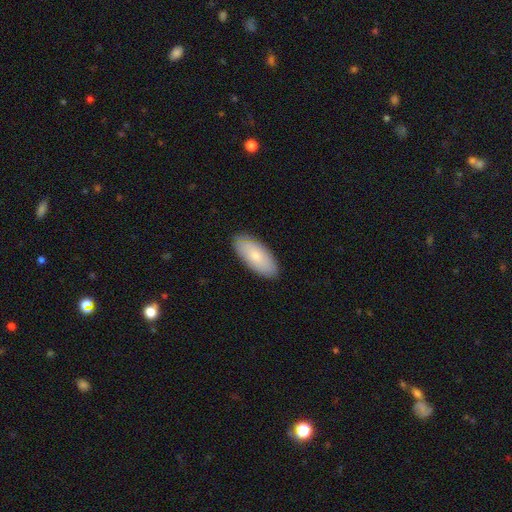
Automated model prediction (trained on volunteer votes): smooth-or-featured: smooth: 76% | featured or disk: 19% | star or artifact: 5%
  how-rounded: in between: 87% | cigar-shaped: 11% | round: 2%
  merging: none: 88% | minor disturbance: 9% | major disturbance: 2% | merger: 1%